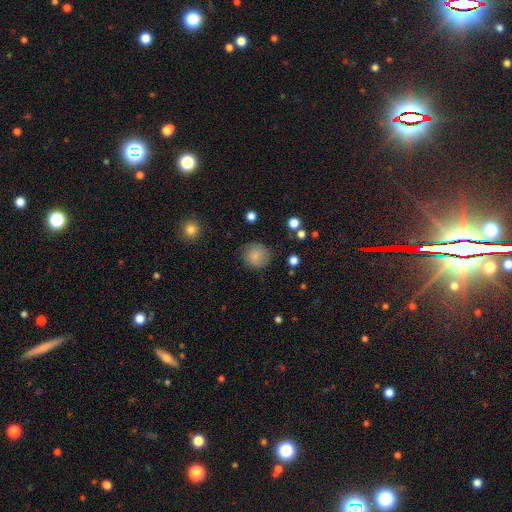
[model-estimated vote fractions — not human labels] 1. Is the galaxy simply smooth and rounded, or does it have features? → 82% smooth, 9% star or artifact, 9% featured or disk.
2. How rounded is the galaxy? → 91% round, 8% in between, 1% cigar-shaped.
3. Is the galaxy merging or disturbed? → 81% none, 13% minor disturbance, 4% major disturbance, 1% merger.